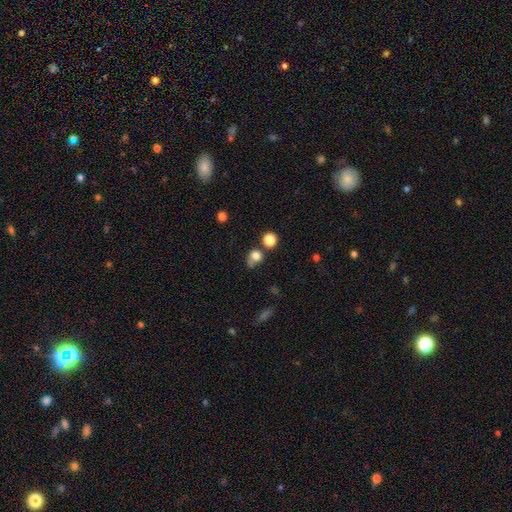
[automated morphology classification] smooth-or-featured: smooth: 77% | star or artifact: 14% | featured or disk: 9%
  how-rounded: round: 78% | in between: 20% | cigar-shaped: 1%
  merging: none: 49% | merger: 20% | minor disturbance: 19% | major disturbance: 12%